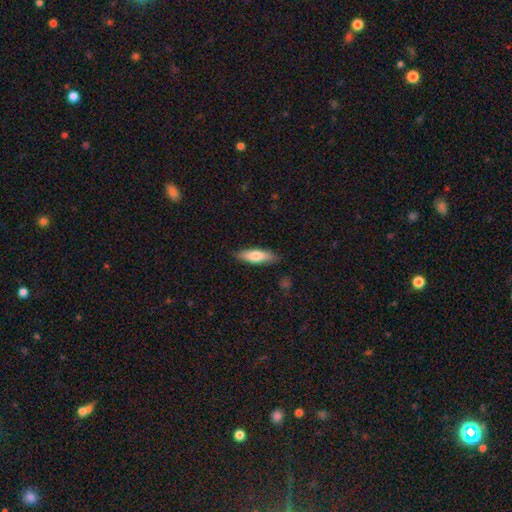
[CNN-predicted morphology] smooth 76%, featured or disk 19%, star or artifact 6%. Down the decision tree: how rounded — cigar-shaped (51%); merging — none (85%).